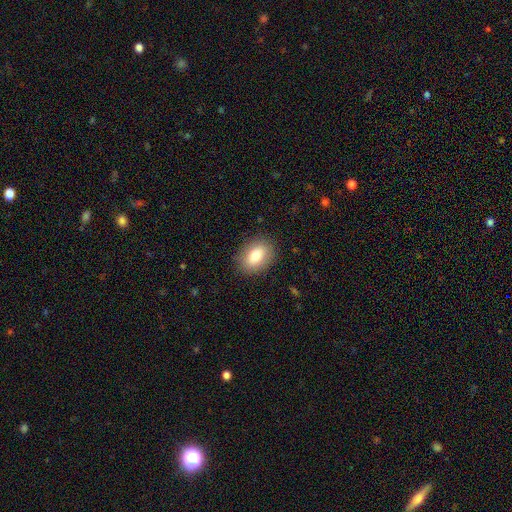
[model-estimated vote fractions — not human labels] Morphology: type=smooth (80%); roundness=in between (81%); merging=none (87%).